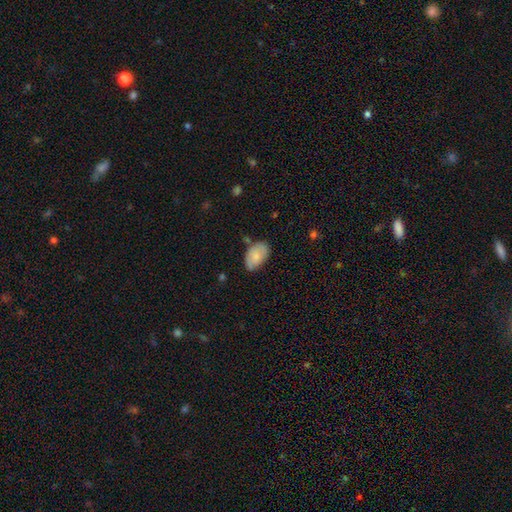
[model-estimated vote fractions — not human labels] Q: Smooth or featured?
A: smooth (77%); runner-up: featured or disk (16%)
Q: How rounded?
A: in between (92%); runner-up: round (7%)
Q: Merging?
A: none (63%); runner-up: minor disturbance (27%)